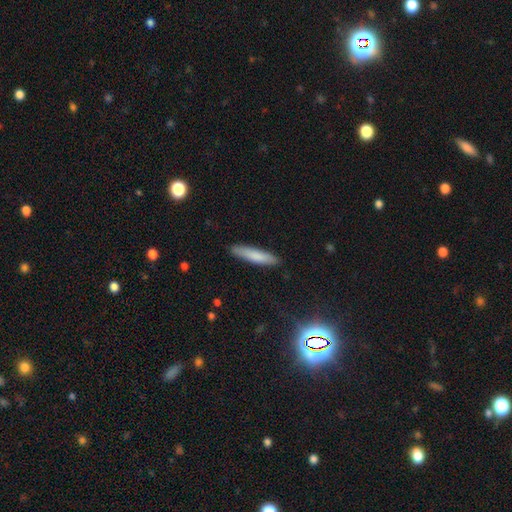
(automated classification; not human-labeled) Morphology: type=smooth (80%); roundness=cigar-shaped (85%); merging=none (88%).